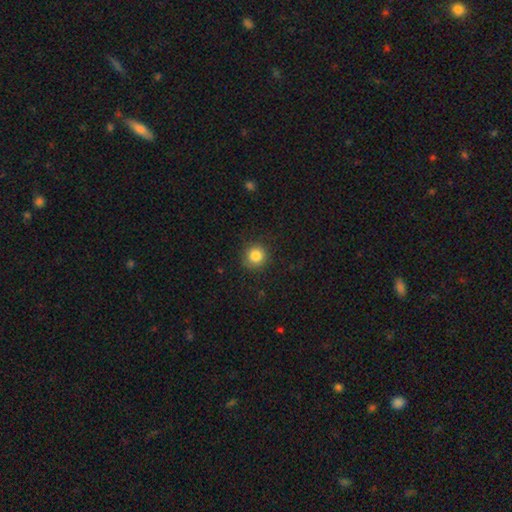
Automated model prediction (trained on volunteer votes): A smooth galaxy with no disk features (84%) that is round (92%).

Vote fractions:
- Smooth or featured? smooth: 84% / star or artifact: 11% / featured or disk: 5%
- How rounded? round: 92% / in between: 7% / cigar-shaped: 1%
- Merging? none: 86% / minor disturbance: 10% / major disturbance: 3% / merger: 1%